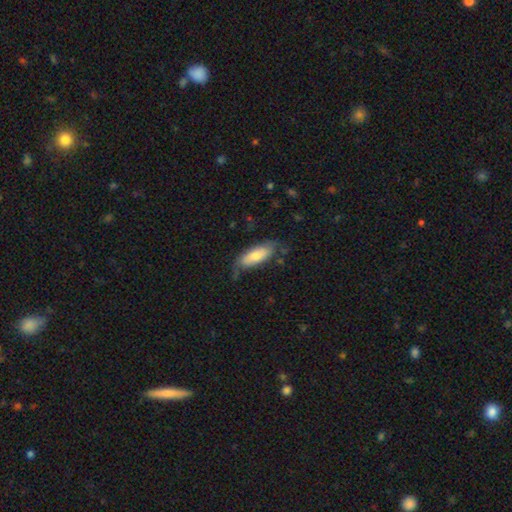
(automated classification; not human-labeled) smooth-or-featured: smooth: 66% | featured or disk: 28% | star or artifact: 6%
  how-rounded: in between: 69% | cigar-shaped: 29% | round: 2%
  merging: none: 59% | minor disturbance: 29% | major disturbance: 10% | merger: 2%